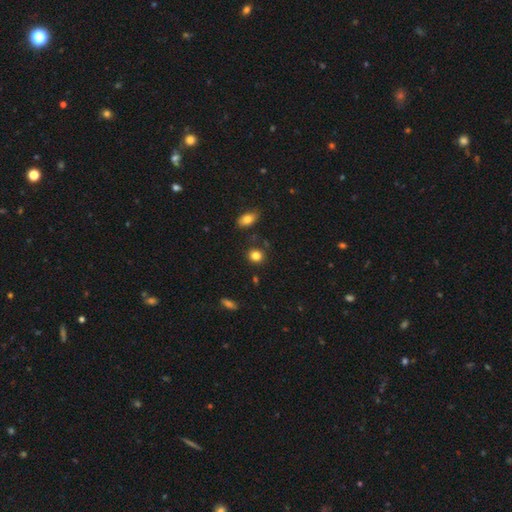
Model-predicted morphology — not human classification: smooth 84%, star or artifact 11%, featured or disk 6%. Down the decision tree: how rounded — round (78%); merging — none (84%).